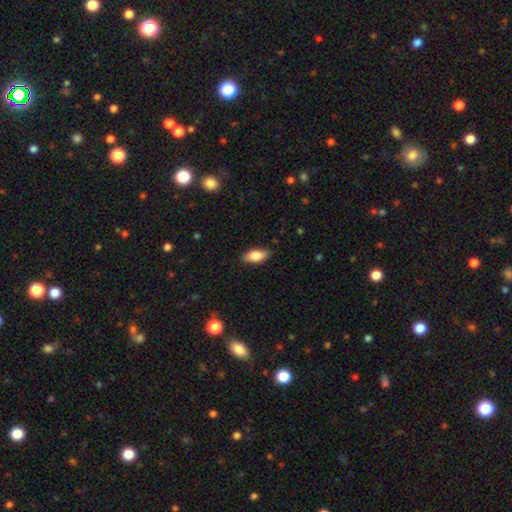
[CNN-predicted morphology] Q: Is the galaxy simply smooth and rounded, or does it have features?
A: smooth — 83%.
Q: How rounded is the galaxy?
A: in between — 89%.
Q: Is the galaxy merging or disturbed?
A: none — 85%.